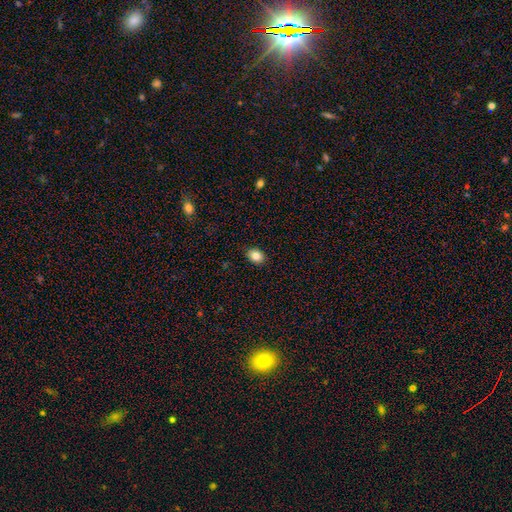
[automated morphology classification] Smooth or featured? Predicted: smooth (p=0.84). How rounded? Predicted: in between (p=0.63). Merging? Predicted: none (p=0.88).